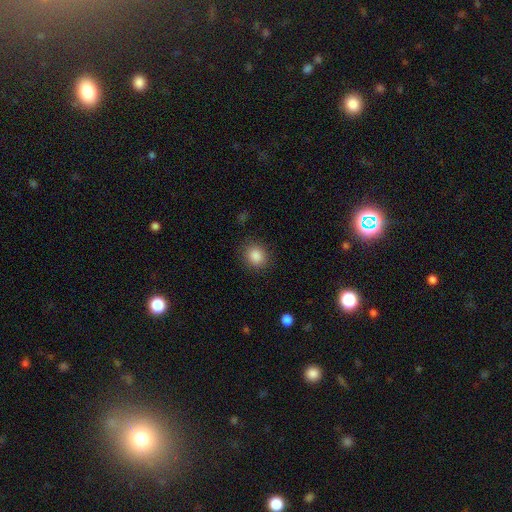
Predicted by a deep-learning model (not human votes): smooth-or-featured: smooth: 87% | star or artifact: 9% | featured or disk: 4%
  how-rounded: round: 75% | in between: 25% | cigar-shaped: 1%
  merging: none: 86% | minor disturbance: 9% | major disturbance: 3% | merger: 1%